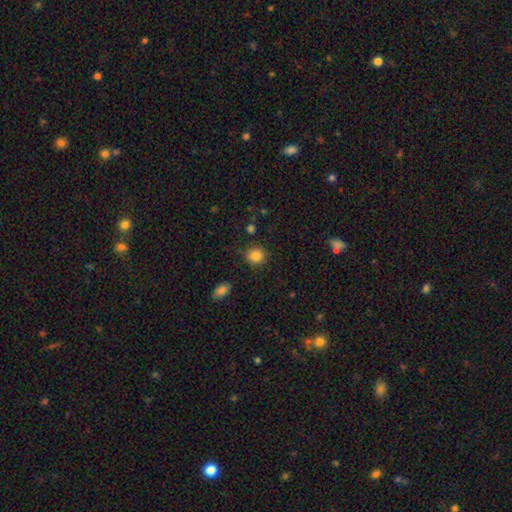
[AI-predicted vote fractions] smooth_or_featured: smooth (p=0.85) [alt: star or artifact p=0.10]
how_rounded: round (p=0.88) [alt: in between p=0.11]
merging: none (p=0.87) [alt: minor disturbance p=0.08]